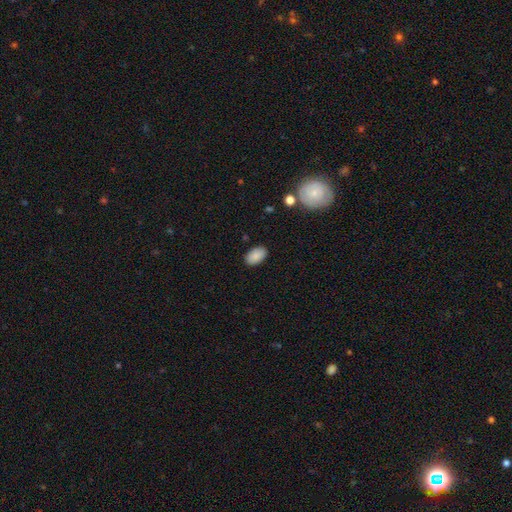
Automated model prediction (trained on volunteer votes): Q: Smooth or featured?
A: smooth (88%); runner-up: star or artifact (7%)
Q: How rounded?
A: in between (94%); runner-up: round (5%)
Q: Merging?
A: none (88%); runner-up: minor disturbance (9%)